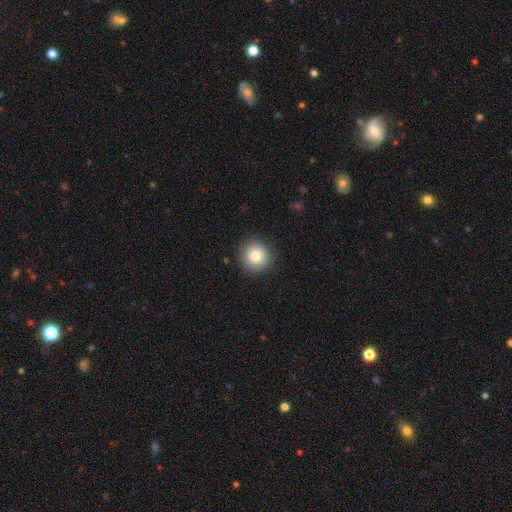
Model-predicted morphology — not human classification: Smooth or featured: smooth — 83% (star or artifact — 9%)
How rounded: round — 93% (in between — 6%)
Merging: none — 90% (minor disturbance — 7%)